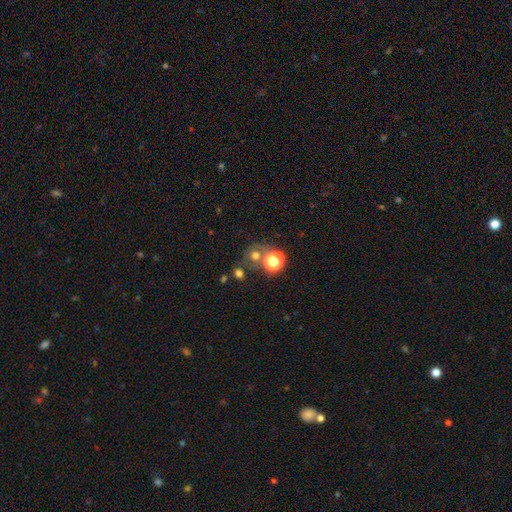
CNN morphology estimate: smooth-or-featured: smooth: 56% | star or artifact: 31% | featured or disk: 13%
  how-rounded: round: 82% | in between: 17% | cigar-shaped: 1%
  merging: none: 57% | merger: 25% | minor disturbance: 11% | major disturbance: 8%